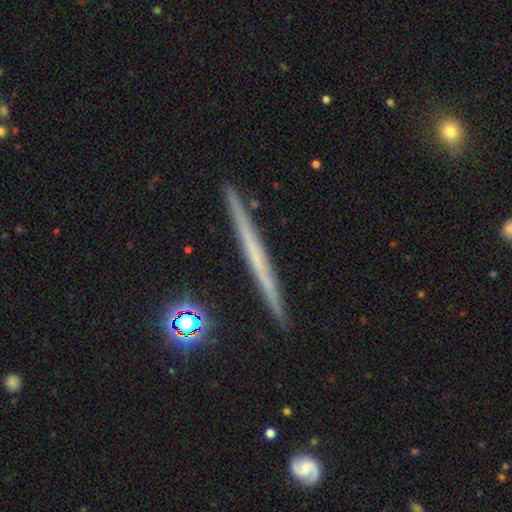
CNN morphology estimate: A featured or disk galaxy (56%) viewed edge-on (98%) with no central bulge (91%).

Vote fractions:
- Smooth or featured? featured or disk: 56% / smooth: 35% / star or artifact: 9%
- Edge-on disk? yes: 98% / no: 2%
- Edge-on bulge? none: 91% / rounded: 6% / boxy: 3%
- Merging? none: 91% / minor disturbance: 6% / merger: 1% / major disturbance: 1%